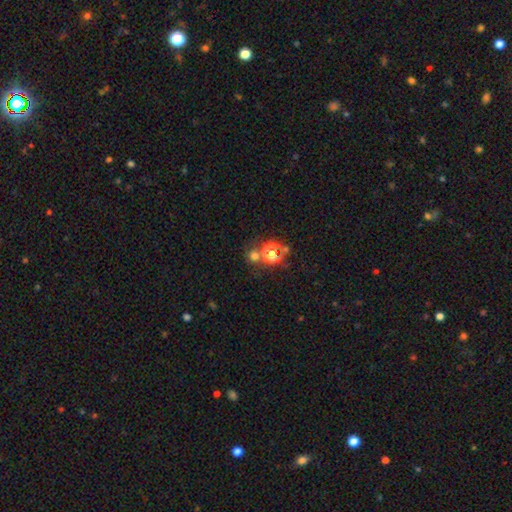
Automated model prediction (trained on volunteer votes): smooth-or-featured: smooth: 53% | star or artifact: 39% | featured or disk: 8%
  how-rounded: round: 88% | in between: 11% | cigar-shaped: 1%
  merging: none: 68% | merger: 19% | minor disturbance: 8% | major disturbance: 5%